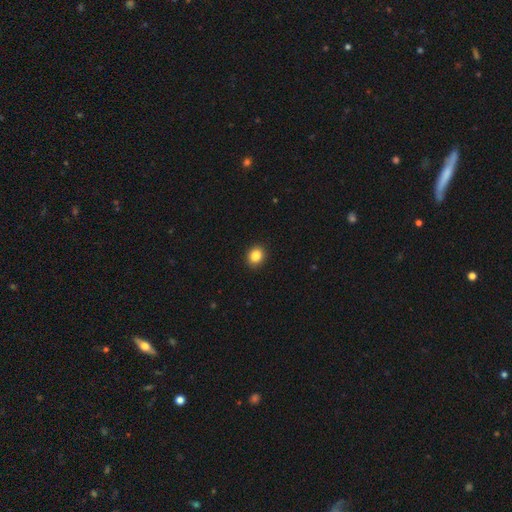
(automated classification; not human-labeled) The model was most divided on "how rounded": round: 67%, in between: 32%, cigar-shaped: 1%. More confident: merging — none (92%); smooth or featured — smooth (86%).